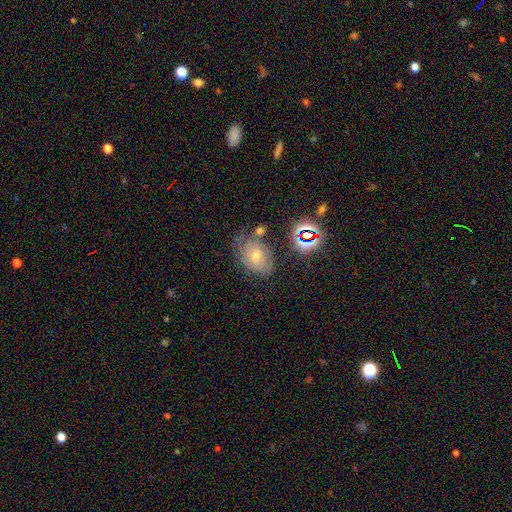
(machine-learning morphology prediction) smooth_or_featured: featured or disk (p=0.37) [alt: smooth p=0.36]
merging: none (p=0.60) [alt: minor disturbance p=0.23]